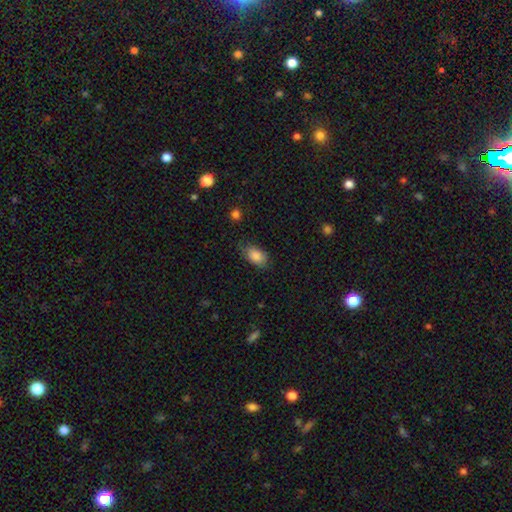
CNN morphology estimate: Smooth or featured: smooth — 86% (star or artifact — 7%)
How rounded: in between — 90% (round — 7%)
Merging: none — 72% (minor disturbance — 22%)